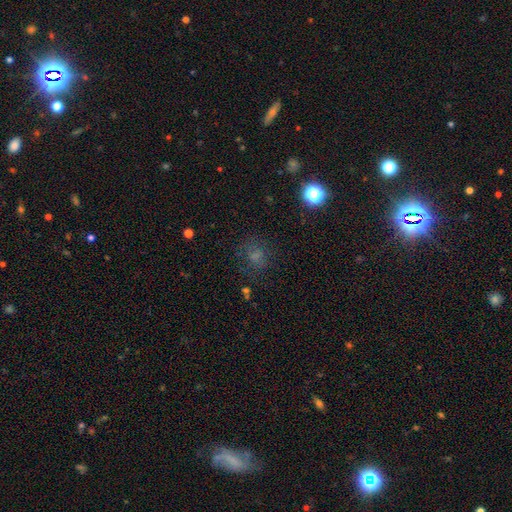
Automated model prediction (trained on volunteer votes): This is possibly a smooth galaxy (57%). How rounded: likely round (70%). Merging: likely none (68%).